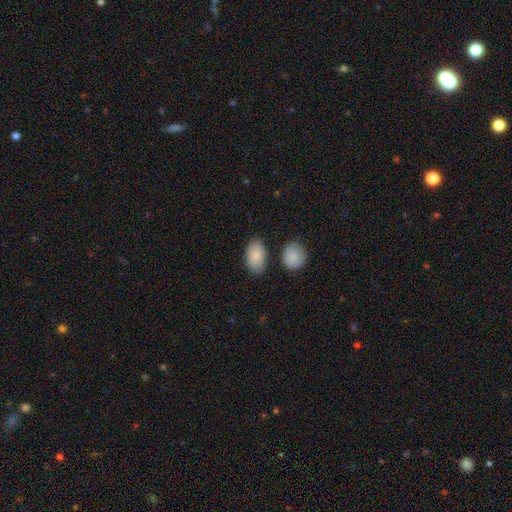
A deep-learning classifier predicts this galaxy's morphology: A smooth galaxy with no disk features (88%) that is in between round and cigar-shaped (92%).

Vote fractions:
- Smooth or featured? smooth: 88% / featured or disk: 6% / star or artifact: 6%
- How rounded? in between: 92% / round: 7% / cigar-shaped: 1%
- Merging? none: 74% / minor disturbance: 14% / merger: 8% / major disturbance: 4%